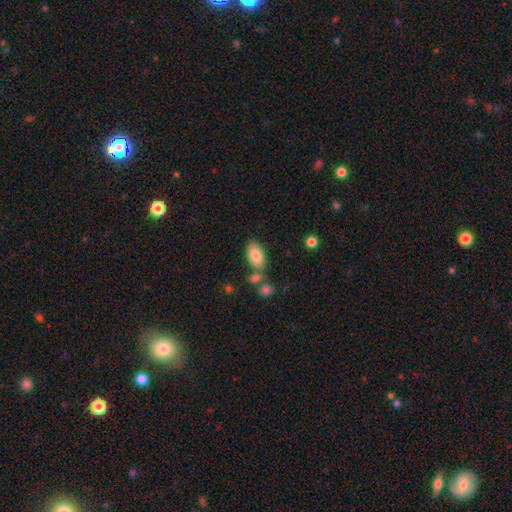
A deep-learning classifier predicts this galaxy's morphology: Smooth or featured? Predicted: smooth (p=0.81). How rounded? Predicted: in between (p=0.93). Merging? Predicted: none (p=0.69).